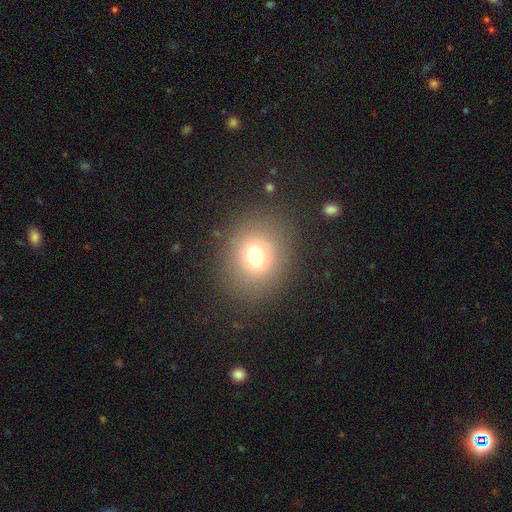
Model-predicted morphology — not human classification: smooth_or_featured: smooth (p=0.73) [alt: star or artifact p=0.16]
how_rounded: round (p=0.69) [alt: in between p=0.30]
merging: none (p=0.84) [alt: minor disturbance p=0.09]